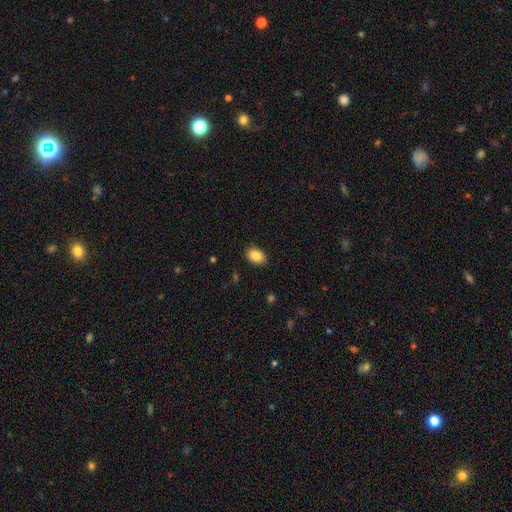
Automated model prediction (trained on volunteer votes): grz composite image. It shows a smooth galaxy with no disk features (87%) that is in between round and cigar-shaped (85%). Merging: none (88%).